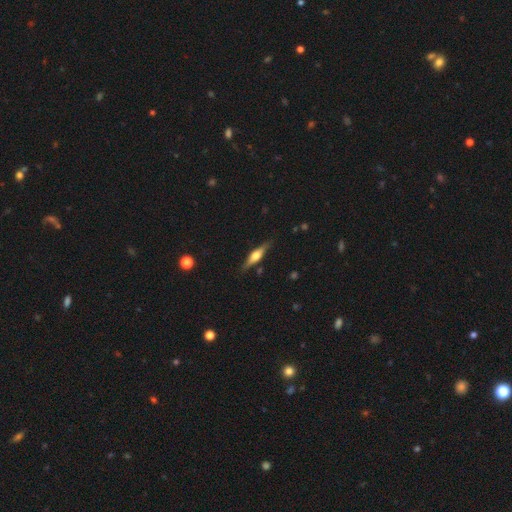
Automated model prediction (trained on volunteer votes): Overall: featured or disk (64%; smooth 30%). Edge-on disk: yes (95%). Edge-on bulge: rounded (89%). Merging: none (84%).